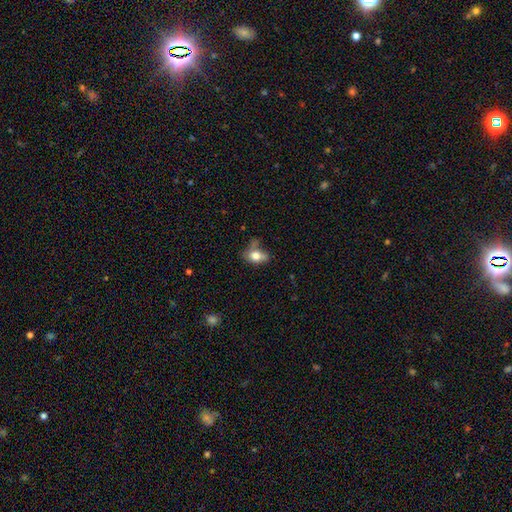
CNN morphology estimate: smooth_or_featured: smooth (p=0.74) [alt: featured or disk p=0.16]
how_rounded: in between (p=0.75) [alt: round p=0.22]
merging: none (p=0.38) [alt: minor disturbance p=0.30]